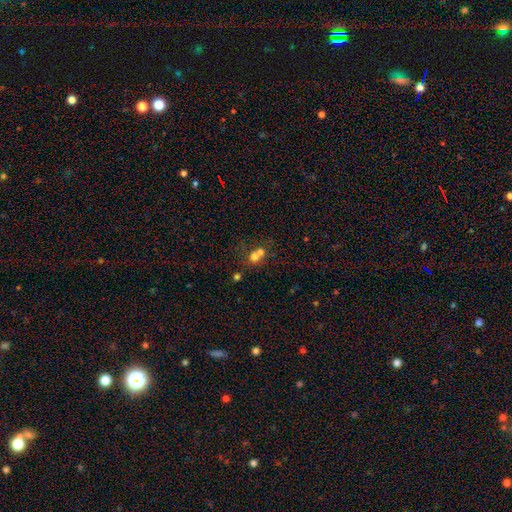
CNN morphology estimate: Q: Smooth or featured?
A: smooth (68%); runner-up: featured or disk (17%)
Q: How rounded?
A: round (76%); runner-up: in between (23%)
Q: Merging?
A: merger (61%); runner-up: none (30%)